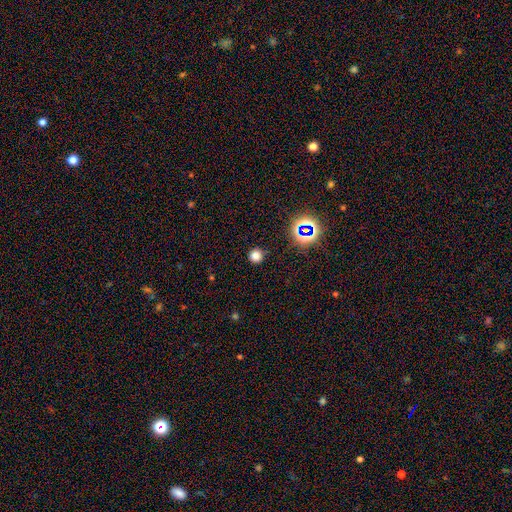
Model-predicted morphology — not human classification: This appears to be a smooth galaxy with no disk features (73%) that is round (95%). Merging: none (90%).